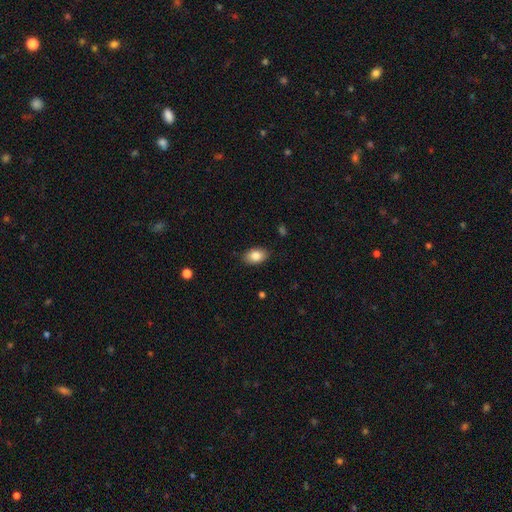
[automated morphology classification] type=smooth (84%); roundness=in between (90%); merging=none (87%).